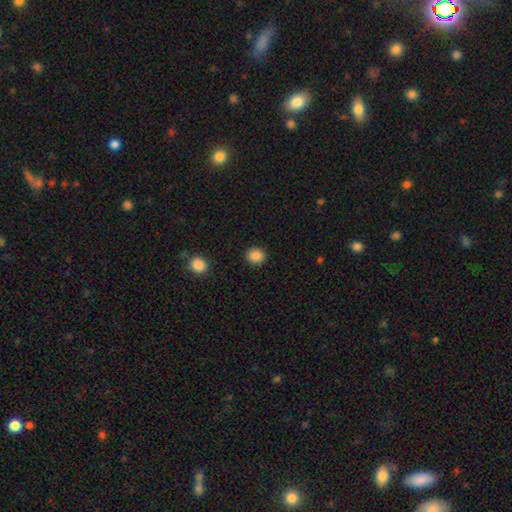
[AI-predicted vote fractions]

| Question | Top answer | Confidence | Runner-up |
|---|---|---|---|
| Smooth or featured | smooth | 87% | star or artifact (9%) |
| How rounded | round | 77% | in between (22%) |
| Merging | none | 91% | minor disturbance (6%) |